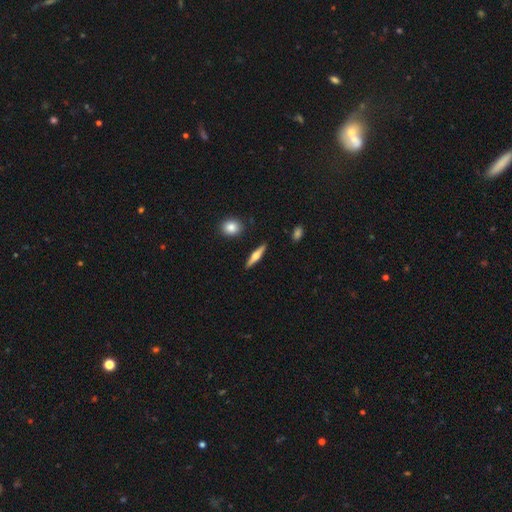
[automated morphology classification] A featured or disk galaxy (55%) viewed edge-on (96%) with a rounded central bulge (90%).

Vote fractions:
- Smooth or featured? featured or disk: 55% / smooth: 39% / star or artifact: 6%
- Edge-on disk? yes: 96% / no: 4%
- Edge-on bulge? rounded: 90% / boxy: 6% / none: 4%
- Merging? none: 90% / minor disturbance: 7% / merger: 2% / major disturbance: 2%